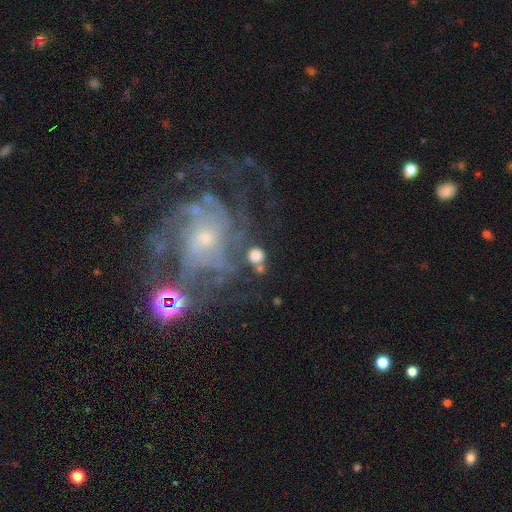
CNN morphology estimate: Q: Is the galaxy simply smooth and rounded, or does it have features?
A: smooth — 64%.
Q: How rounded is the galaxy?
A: round — 86%.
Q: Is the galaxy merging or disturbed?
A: none — 70%.